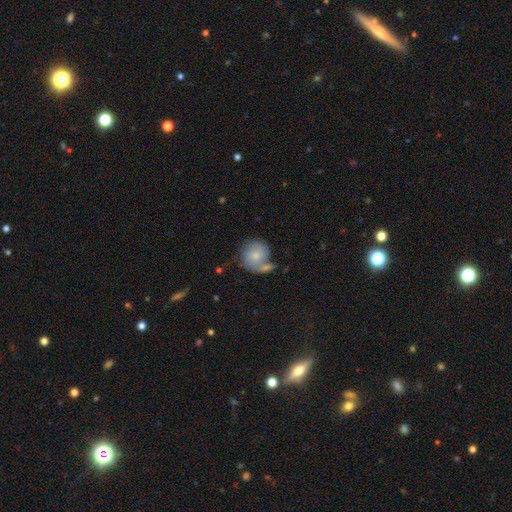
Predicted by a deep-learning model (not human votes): Smooth or featured?
  - smooth: 64% *
  - featured or disk: 30%
  - star or artifact: 7%
How rounded?
  - round: 86% *
  - in between: 13%
  - cigar-shaped: 1%
Merging?
  - none: 43% *
  - merger: 30%
  - minor disturbance: 18%
  - major disturbance: 9%